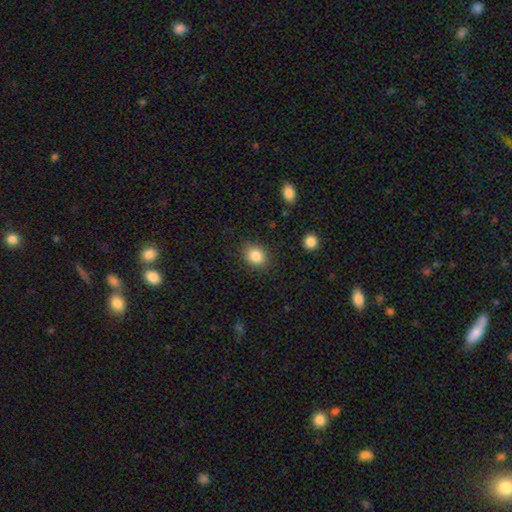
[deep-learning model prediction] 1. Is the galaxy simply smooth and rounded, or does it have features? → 85% smooth, 9% star or artifact, 5% featured or disk.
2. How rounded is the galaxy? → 58% round, 41% in between, 1% cigar-shaped.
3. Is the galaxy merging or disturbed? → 86% none, 9% minor disturbance, 3% major disturbance, 1% merger.